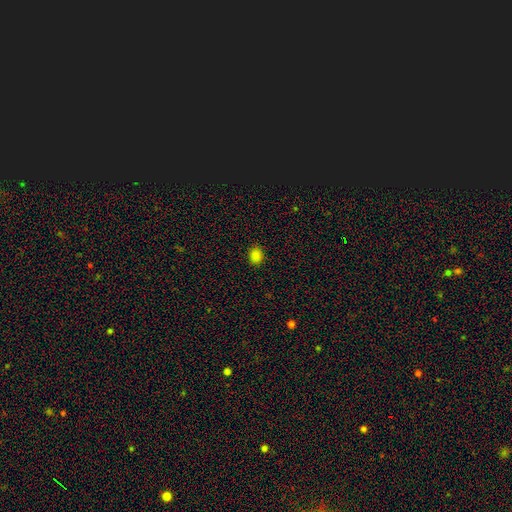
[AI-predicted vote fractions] This is clearly a smooth galaxy (84%). How rounded: possibly round (50%). Merging: clearly none (89%).